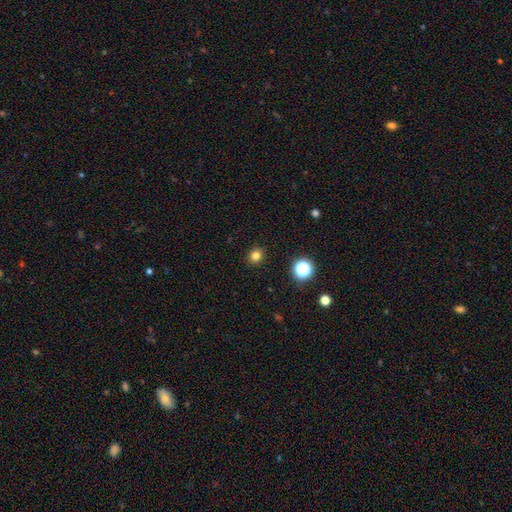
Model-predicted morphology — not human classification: Q: Smooth or featured?
A: smooth (80%); runner-up: star or artifact (15%)
Q: How rounded?
A: round (76%); runner-up: in between (23%)
Q: Merging?
A: none (90%); runner-up: minor disturbance (6%)